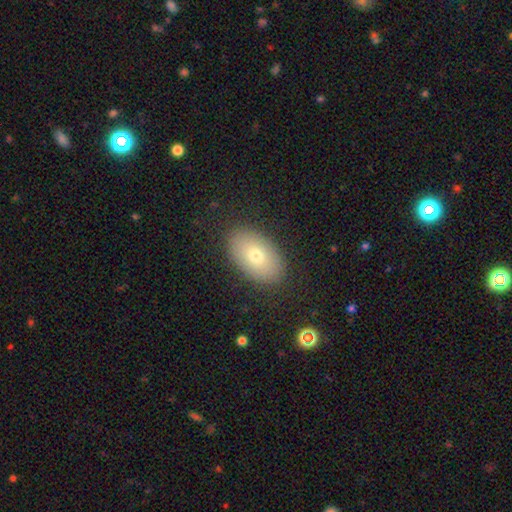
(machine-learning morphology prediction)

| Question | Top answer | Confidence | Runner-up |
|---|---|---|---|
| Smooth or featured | smooth | 73% | featured or disk (19%) |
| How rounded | in between | 92% | round (7%) |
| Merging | none | 87% | minor disturbance (9%) |